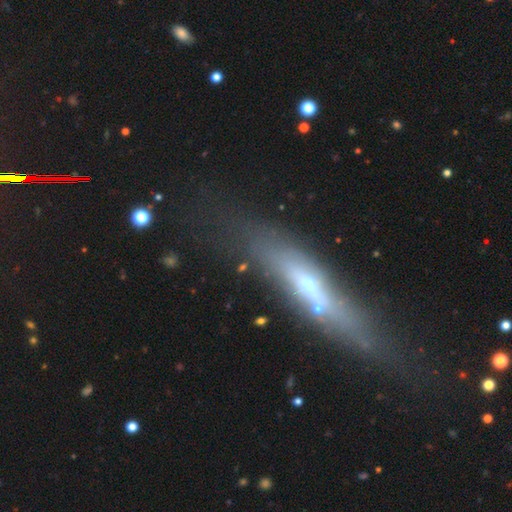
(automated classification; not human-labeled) Overall: featured or disk (54%; smooth 29%). Edge-on disk: yes (65%; no 35%). Merging: none (62%).